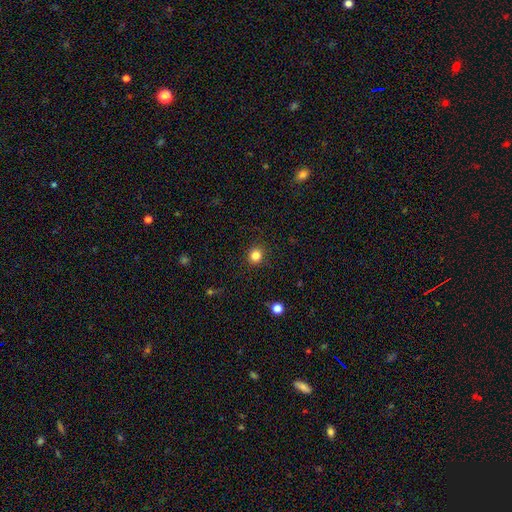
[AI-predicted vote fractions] A smooth galaxy with no disk features (83%) that is round (88%).

Vote fractions:
- Smooth or featured? smooth: 83% / star or artifact: 12% / featured or disk: 5%
- How rounded? round: 88% / in between: 11% / cigar-shaped: 1%
- Merging? none: 91% / minor disturbance: 6% / major disturbance: 2% / merger: 1%